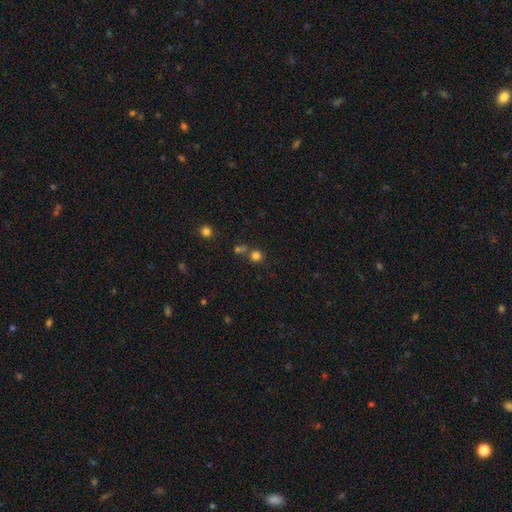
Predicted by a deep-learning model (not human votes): smooth_or_featured: smooth (p=0.77) [alt: star or artifact p=0.17]
how_rounded: round (p=0.92) [alt: in between p=0.07]
merging: none (p=0.68) [alt: merger p=0.21]